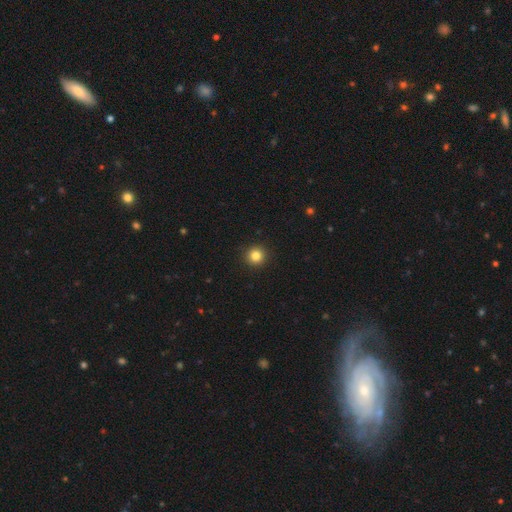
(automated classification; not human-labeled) Smooth or featured: smooth — 84% (star or artifact — 11%)
How rounded: round — 95% (in between — 4%)
Merging: none — 93% (minor disturbance — 5%)